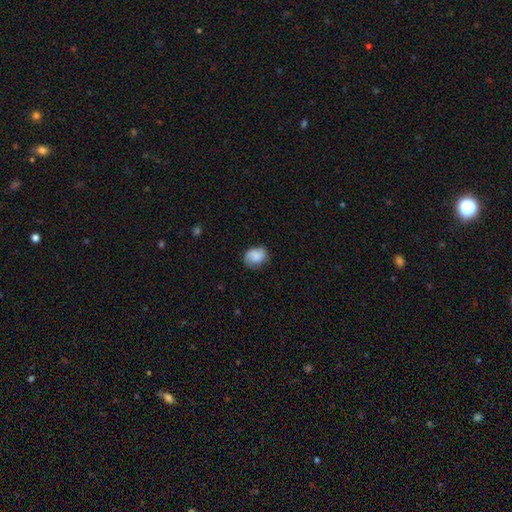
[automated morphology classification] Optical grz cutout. It shows a smooth galaxy with no disk features (69%) that is in between round and cigar-shaped (51%). Merging: none (67%).